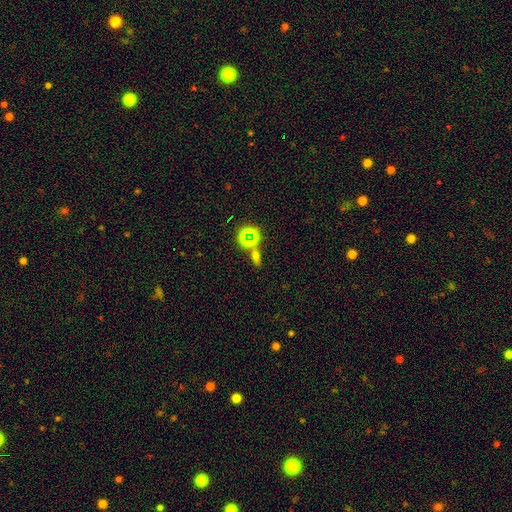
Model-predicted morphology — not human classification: This appears to be a smooth galaxy with no disk features (46%). Merging: none (65%).